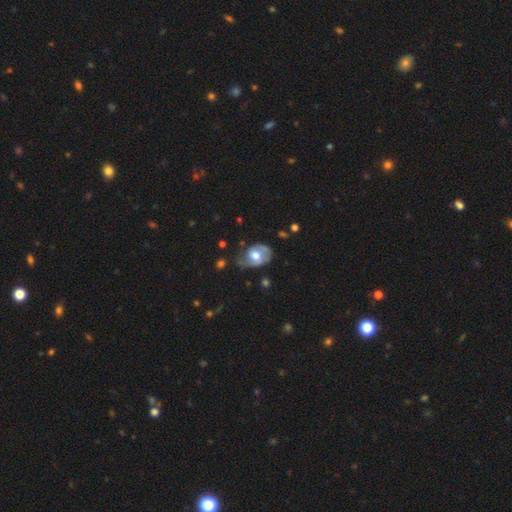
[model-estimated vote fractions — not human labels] Smooth or featured: featured or disk — 53% (smooth — 40%)
Edge-on disk: no — 96% (yes — 4%)
Bar: no — 72% (weak — 22%)
Spiral arms: yes — 71% (no — 29%)
Bulge size: moderate — 65% (large — 25%)
Merging: none — 46% (minor disturbance — 34%)